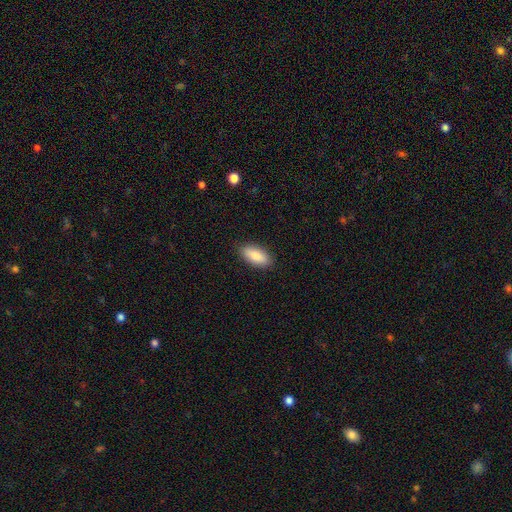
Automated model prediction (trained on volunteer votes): Overall: smooth (84%). How rounded: in between (85%). Merging: none (88%).